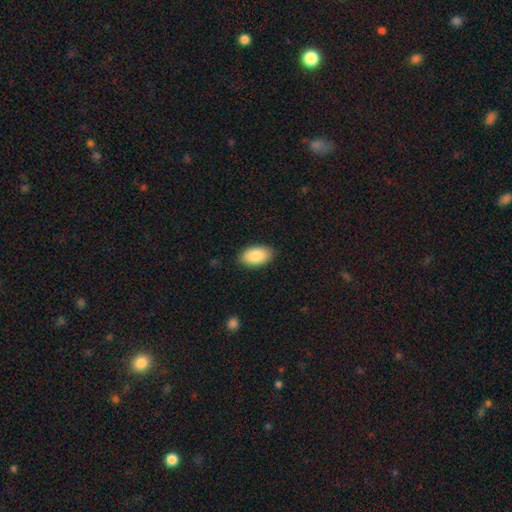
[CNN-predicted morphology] smooth-or-featured: smooth: 88% | star or artifact: 6% | featured or disk: 6%
  how-rounded: in between: 95% | round: 4% | cigar-shaped: 2%
  merging: none: 88% | minor disturbance: 9% | major disturbance: 2% | merger: 1%